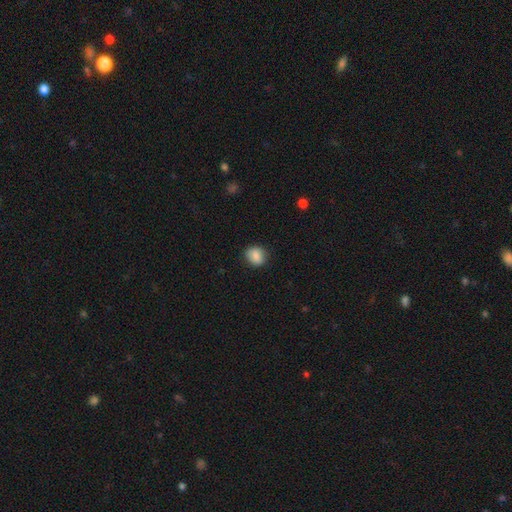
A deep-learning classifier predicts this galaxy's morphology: Overall: smooth (85%). How rounded: round (69%; in between 30%). Merging: none (84%).